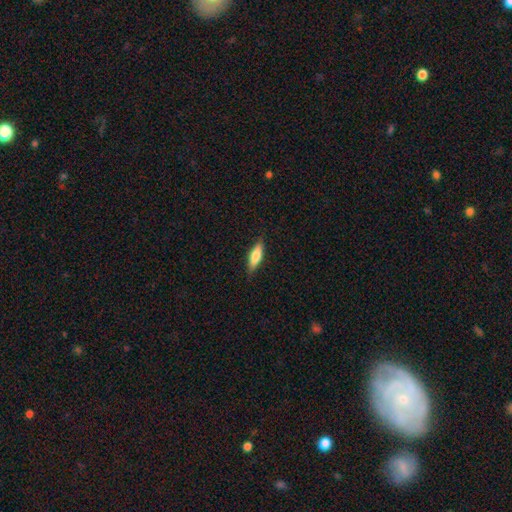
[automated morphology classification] Overall: smooth (69%). How rounded: cigar-shaped (49%, tied with in between). Merging: none (84%).